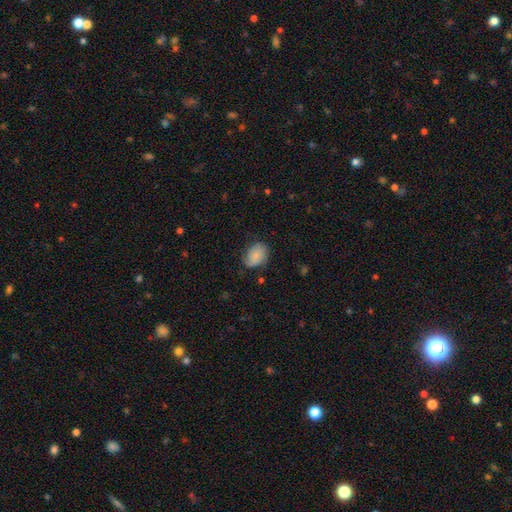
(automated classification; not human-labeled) A smooth galaxy with no disk features (74%) that is in between round and cigar-shaped (76%). Merging: none (66%).